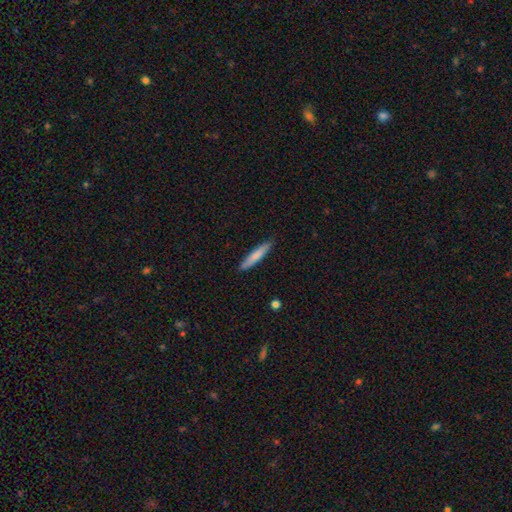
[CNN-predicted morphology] Smooth or featured? Predicted: smooth (p=0.76). How rounded? Predicted: cigar-shaped (p=0.92). Merging? Predicted: none (p=0.90).